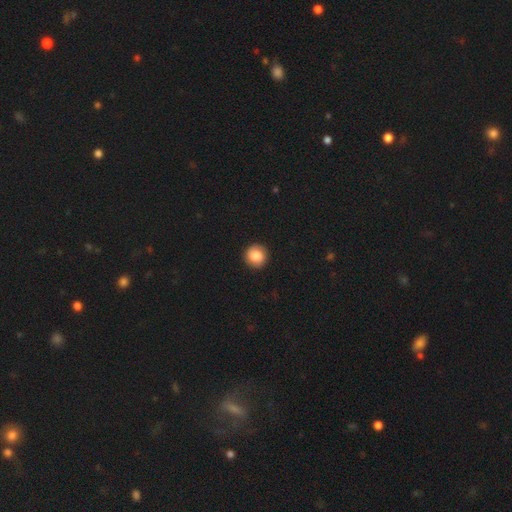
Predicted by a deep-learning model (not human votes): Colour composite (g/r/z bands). It shows a smooth galaxy with no disk features (81%) that is round (93%). Merging: none (90%).